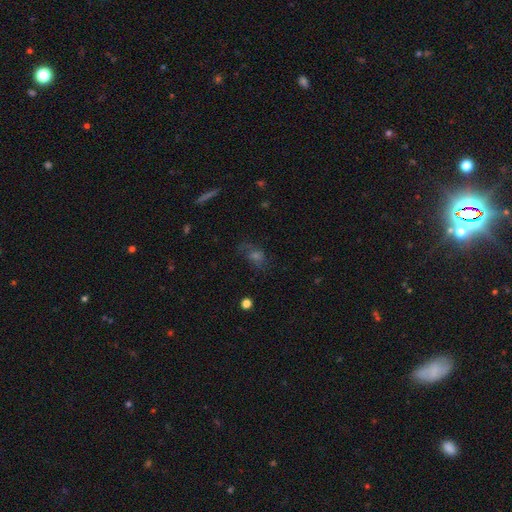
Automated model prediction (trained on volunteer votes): Overall: smooth (38%; featured or disk 32%). Merging: none (62%).